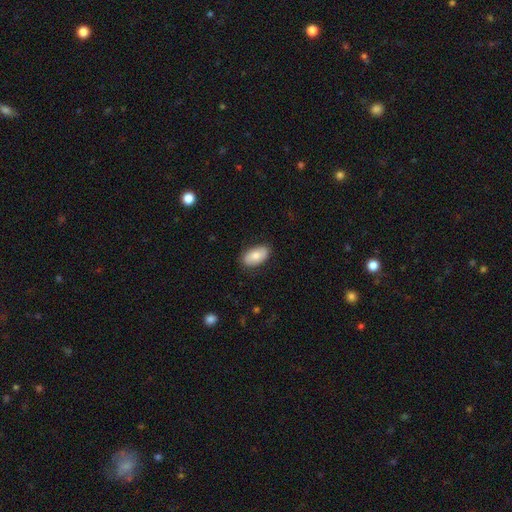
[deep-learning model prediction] This is likely a smooth galaxy (78%). How rounded: clearly in between (95%). Merging: clearly none (84%).